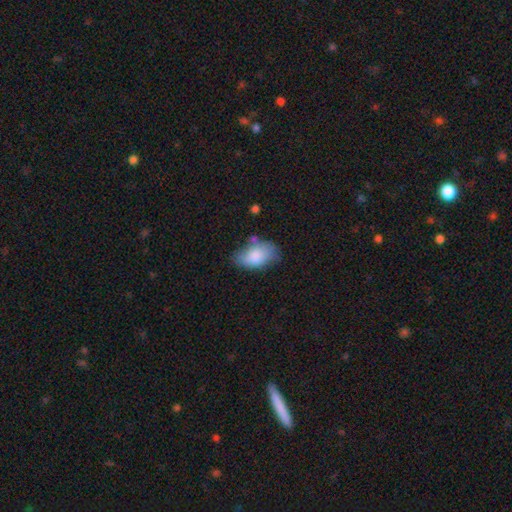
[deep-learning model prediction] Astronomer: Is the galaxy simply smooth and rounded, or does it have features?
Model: smooth — 83%.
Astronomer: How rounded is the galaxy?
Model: in between — 92%.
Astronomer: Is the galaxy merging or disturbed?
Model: none — 58%.